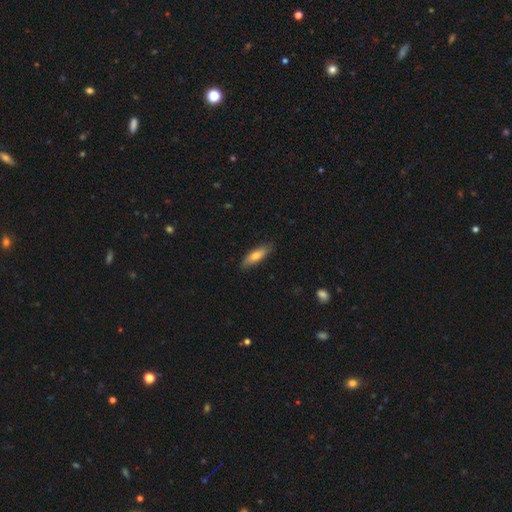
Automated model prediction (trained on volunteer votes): Morphology: type=smooth (70%); roundness=cigar-shaped (54%); merging=none (84%).